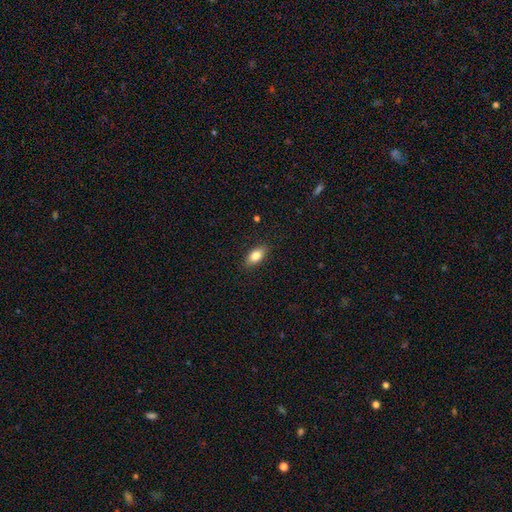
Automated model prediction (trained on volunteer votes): Smooth or featured?
  - smooth: 81% *
  - featured or disk: 11%
  - star or artifact: 7%
How rounded?
  - in between: 87% *
  - cigar-shaped: 8%
  - round: 5%
Merging?
  - none: 87% *
  - minor disturbance: 10%
  - major disturbance: 2%
  - merger: 1%